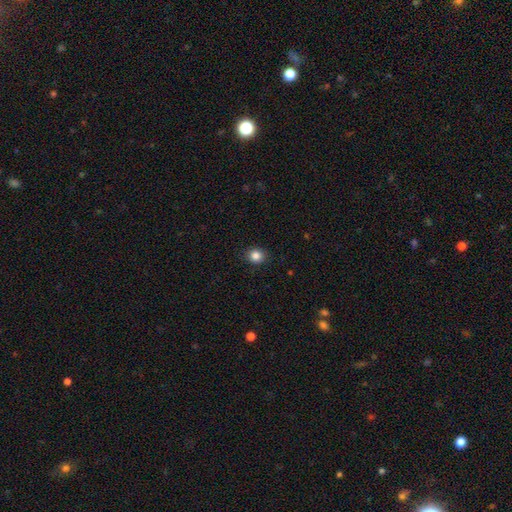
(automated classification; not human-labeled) Q: Smooth or featured?
A: smooth (84%); runner-up: star or artifact (11%)
Q: How rounded?
A: round (80%); runner-up: in between (20%)
Q: Merging?
A: none (90%); runner-up: minor disturbance (7%)